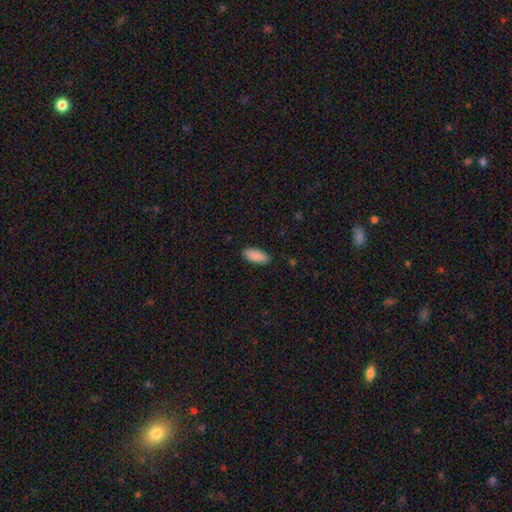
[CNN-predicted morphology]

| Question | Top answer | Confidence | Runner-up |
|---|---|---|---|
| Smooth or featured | smooth | 90% | star or artifact (6%) |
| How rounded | in between | 83% | cigar-shaped (15%) |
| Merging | none | 87% | minor disturbance (10%) |